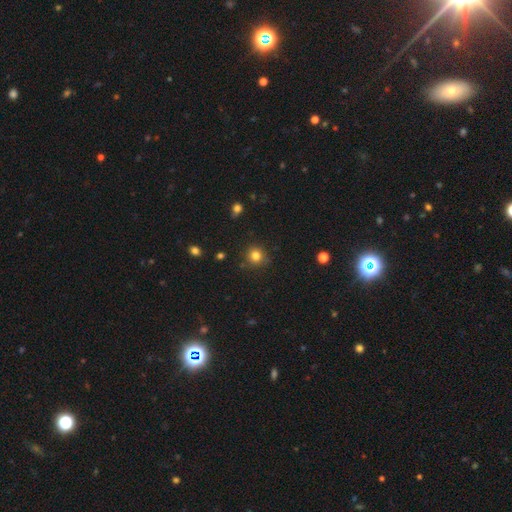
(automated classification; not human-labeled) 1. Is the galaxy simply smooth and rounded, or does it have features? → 81% smooth, 13% star or artifact, 6% featured or disk.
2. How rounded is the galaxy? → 92% round, 7% in between, 1% cigar-shaped.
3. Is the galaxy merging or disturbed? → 85% none, 10% minor disturbance, 3% major disturbance, 2% merger.